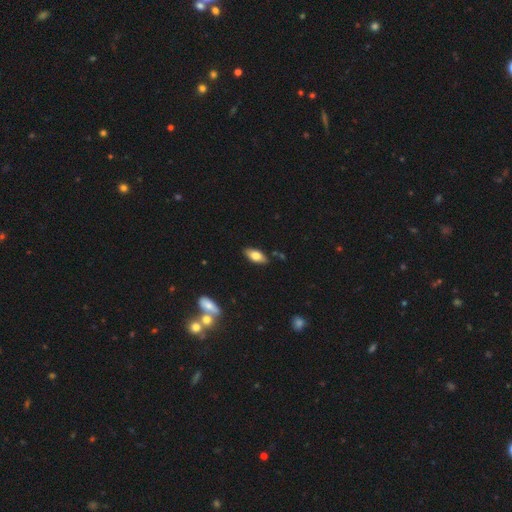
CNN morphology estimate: Smooth or featured? Predicted: smooth (p=0.75). How rounded? Predicted: in between (p=0.87). Merging? Predicted: none (p=0.84).